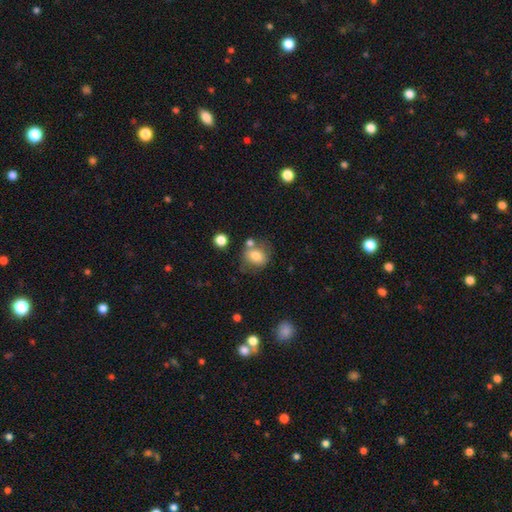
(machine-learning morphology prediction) Smooth or featured?
  - smooth: 74% *
  - featured or disk: 16%
  - star or artifact: 10%
How rounded?
  - round: 55% *
  - in between: 43%
  - cigar-shaped: 1%
Merging?
  - none: 56% *
  - merger: 19%
  - minor disturbance: 18%
  - major disturbance: 7%